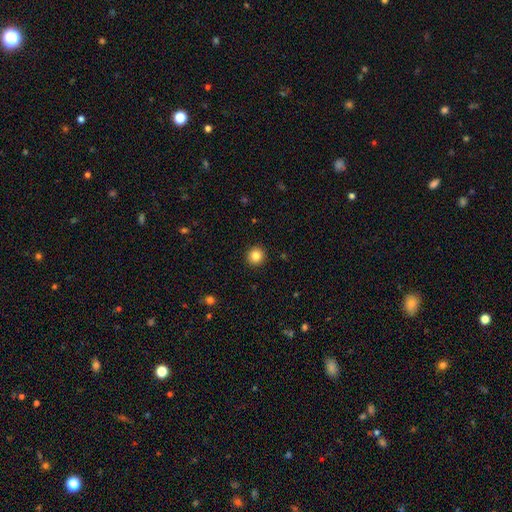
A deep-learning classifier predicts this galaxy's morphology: A smooth galaxy with no disk features (84%) that is round (93%).

Vote fractions:
- Smooth or featured? smooth: 84% / star or artifact: 11% / featured or disk: 5%
- How rounded? round: 93% / in between: 6% / cigar-shaped: 1%
- Merging? none: 93% / minor disturbance: 5% / major disturbance: 2% / merger: 1%